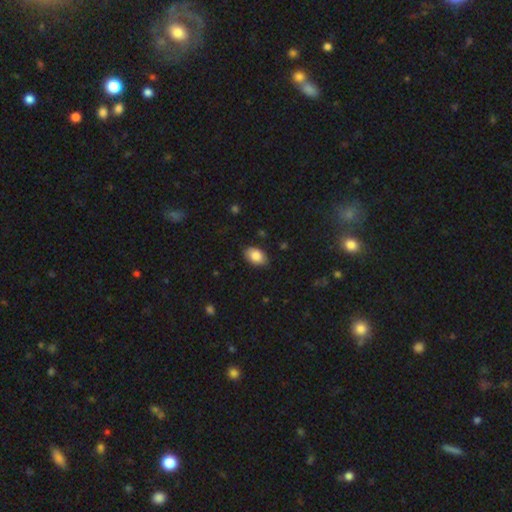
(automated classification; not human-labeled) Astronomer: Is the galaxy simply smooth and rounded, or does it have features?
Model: smooth — 86%.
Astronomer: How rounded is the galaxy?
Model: in between — 89%.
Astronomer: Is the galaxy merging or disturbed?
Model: none — 83%.